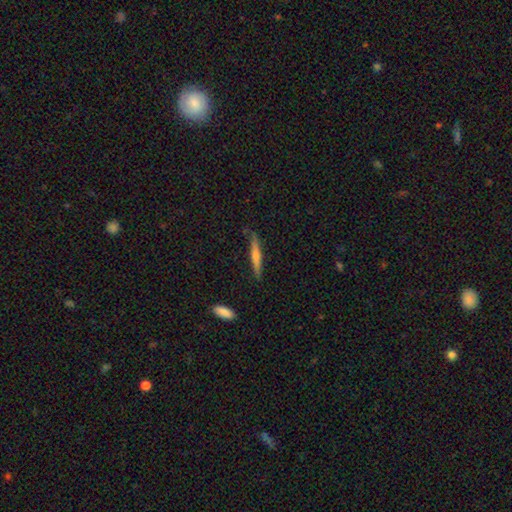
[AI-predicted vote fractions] Smooth or featured?
  - featured or disk: 58% *
  - smooth: 35%
  - star or artifact: 7%
Edge-on disk?
  - yes: 96% *
  - no: 4%
Edge-on bulge?
  - rounded: 73% *
  - none: 20%
  - boxy: 8%
Merging?
  - none: 85% *
  - minor disturbance: 12%
  - major disturbance: 2%
  - merger: 2%